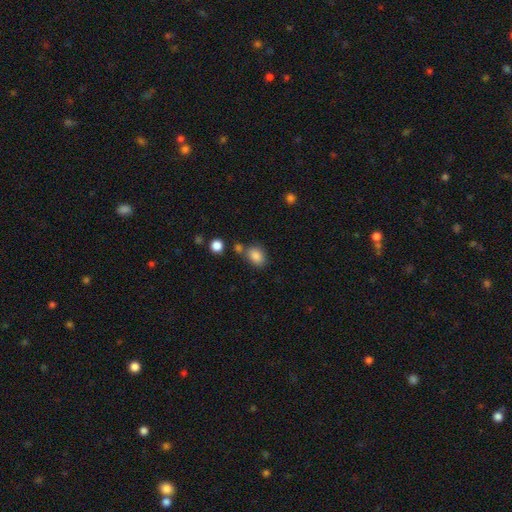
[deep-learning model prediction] smooth-or-featured: smooth: 85% | star or artifact: 10% | featured or disk: 5%
  how-rounded: in between: 69% | round: 30% | cigar-shaped: 1%
  merging: none: 66% | minor disturbance: 15% | merger: 14% | major disturbance: 5%